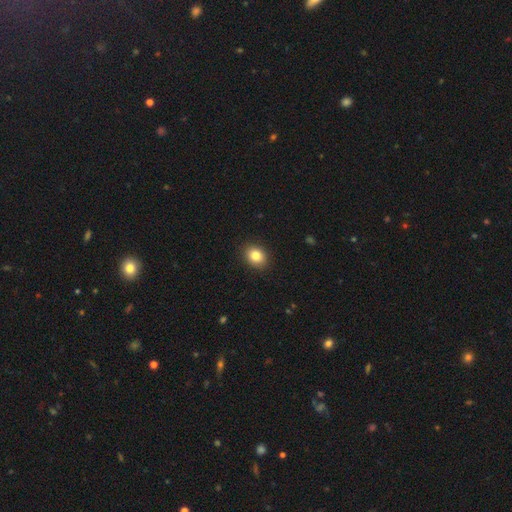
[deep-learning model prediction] Morphology: type=smooth (84%); roundness=in between (52%); merging=none (90%).